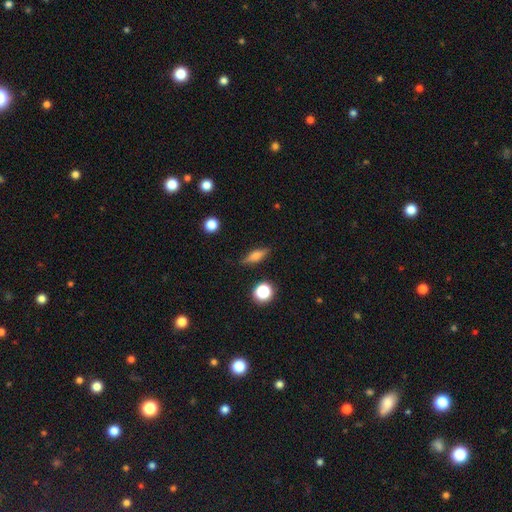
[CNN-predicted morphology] smooth-or-featured: smooth: 57% | featured or disk: 34% | star or artifact: 10%
  how-rounded: in between: 47% | cigar-shaped: 45% | round: 8%
  merging: none: 84% | minor disturbance: 11% | major disturbance: 3% | merger: 2%